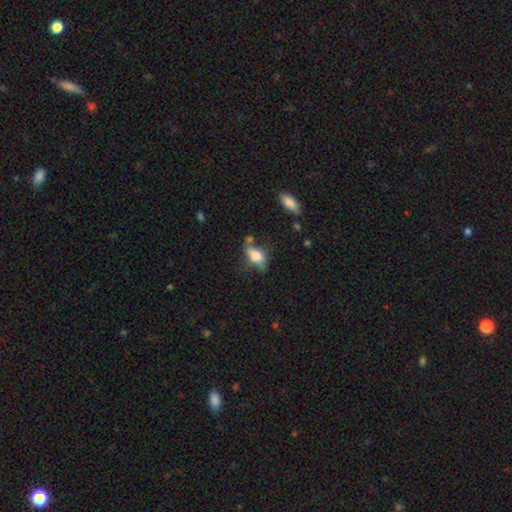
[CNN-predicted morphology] type=smooth (67%); roundness=in between (85%); merging=none (42%).